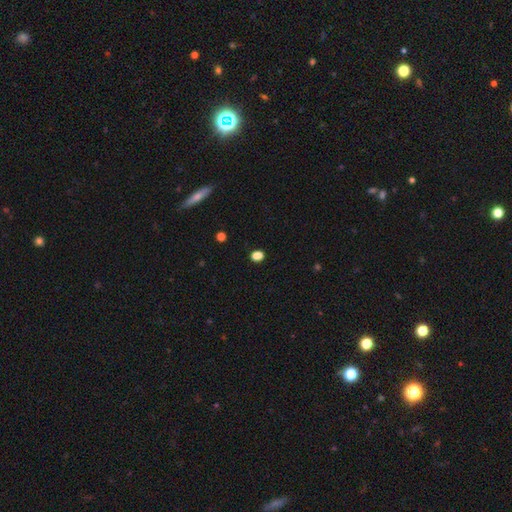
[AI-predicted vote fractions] The model was most divided on "how rounded": round: 57%, in between: 41%, cigar-shaped: 2%. More confident: merging — none (80%); smooth or featured — smooth (69%).